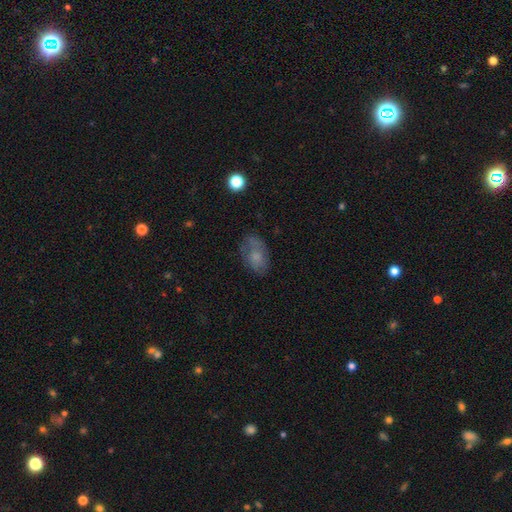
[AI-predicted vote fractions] Smooth or featured? Predicted: smooth (p=0.60). How rounded? Predicted: in between (p=0.87). Merging? Predicted: none (p=0.60).